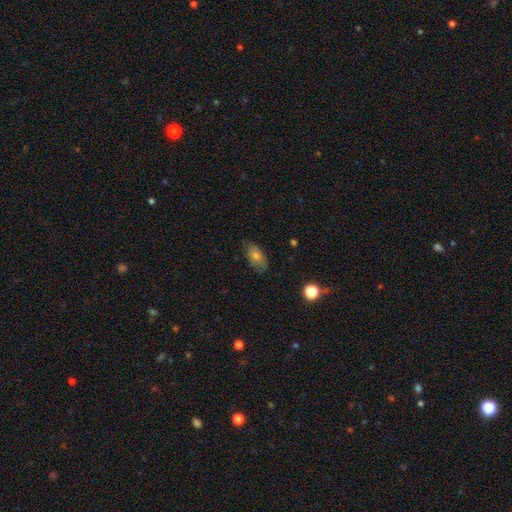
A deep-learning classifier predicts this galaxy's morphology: A smooth galaxy with no disk features (68%) that is in between round and cigar-shaped (89%).

Vote fractions:
- Smooth or featured? smooth: 68% / featured or disk: 21% / star or artifact: 11%
- How rounded? in between: 89% / round: 7% / cigar-shaped: 4%
- Merging? none: 76% / minor disturbance: 19% / major disturbance: 4% / merger: 1%